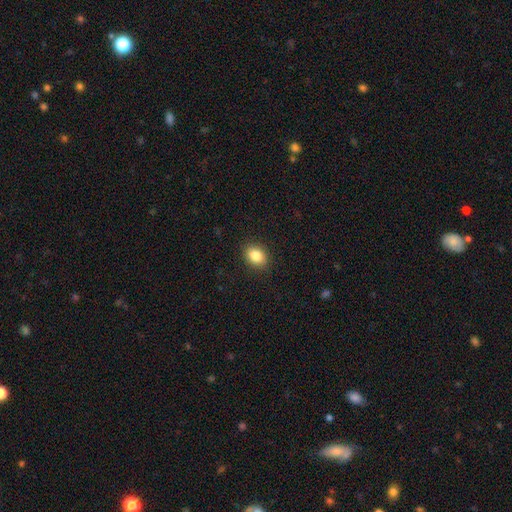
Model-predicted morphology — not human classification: This is clearly a smooth galaxy (85%). How rounded: likely in between (69%). Merging: clearly none (89%).